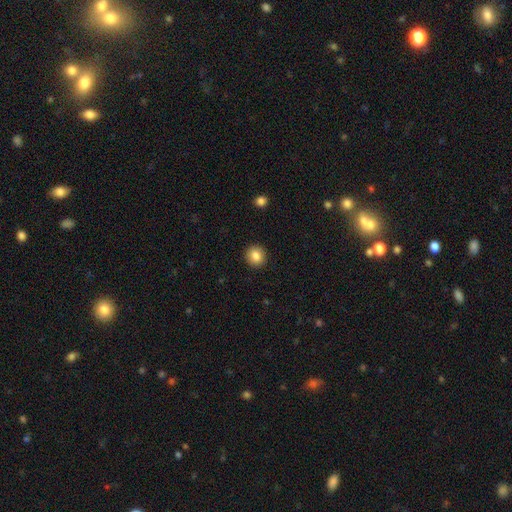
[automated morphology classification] smooth 85%, star or artifact 9%, featured or disk 6%. Down the decision tree: how rounded — round (88%); merging — none (92%).